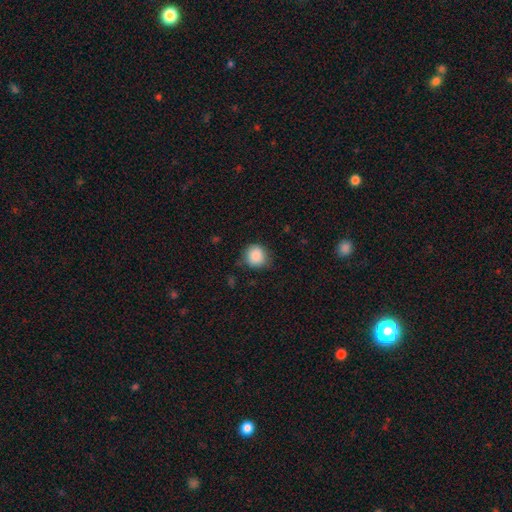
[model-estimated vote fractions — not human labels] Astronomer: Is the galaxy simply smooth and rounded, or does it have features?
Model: smooth — 87%.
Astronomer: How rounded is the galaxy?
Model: round — 87%.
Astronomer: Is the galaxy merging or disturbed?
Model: none — 75%.